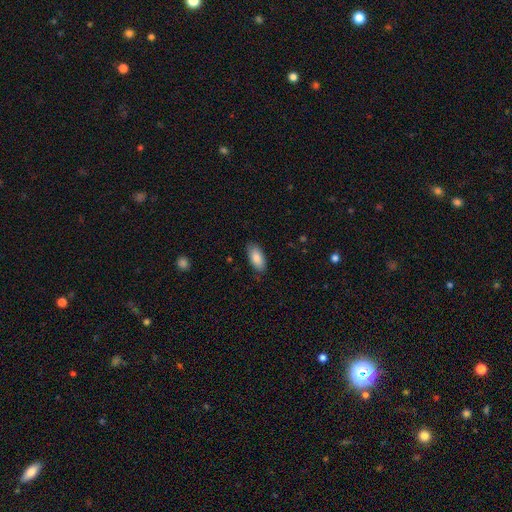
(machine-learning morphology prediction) A smooth galaxy with no disk features (86%) that is in between round and cigar-shaped (91%). Merging: none (84%).